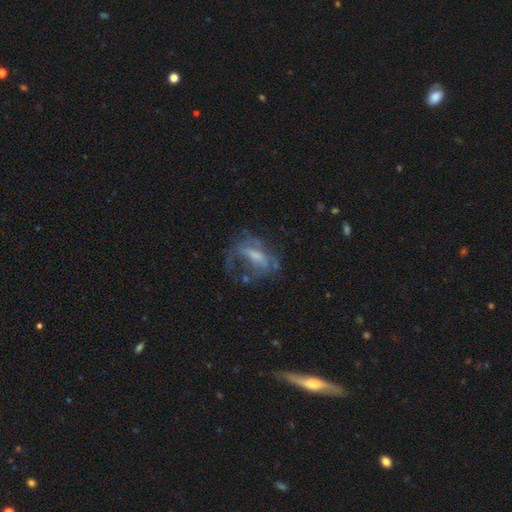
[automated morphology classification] Q: Smooth or featured?
A: featured or disk (61%); runner-up: smooth (25%)
Q: Edge-on disk?
A: no (90%); runner-up: yes (10%)
Q: Bar?
A: no (40%); runner-up: weak (37%)
Q: Spiral arms?
A: yes (50%); tied with: no (50%)
Q: Bulge size?
A: small (34%); tied with: moderate (34%)
Q: Merging?
A: none (40%); runner-up: major disturbance (38%)